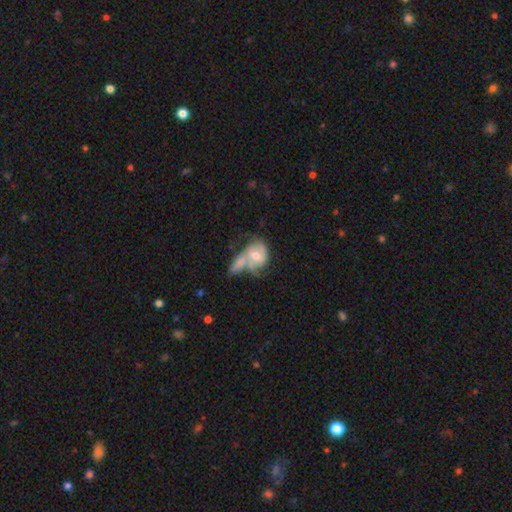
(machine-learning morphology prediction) Smooth or featured? Predicted: featured or disk (p=0.48). Merging? Predicted: merger (p=0.56).